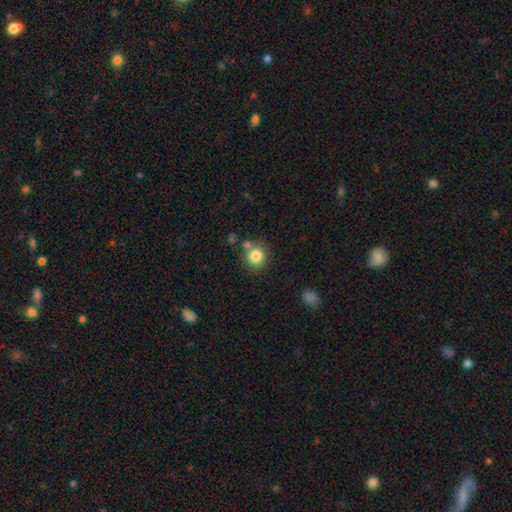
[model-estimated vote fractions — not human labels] This is clearly a smooth galaxy (82%). How rounded: clearly round (90%). Merging: likely none (72%).